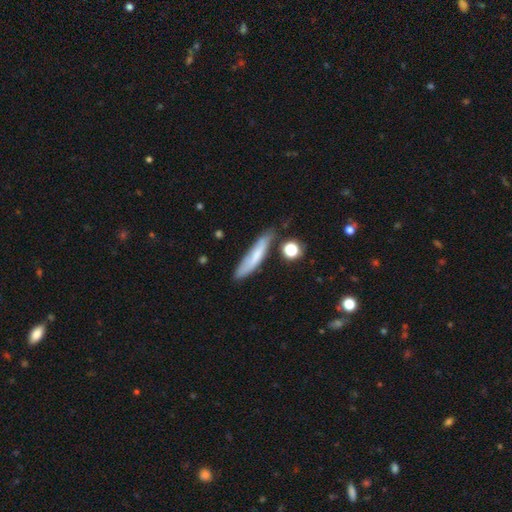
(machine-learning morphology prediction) Q: Smooth or featured?
A: smooth (64%); runner-up: featured or disk (28%)
Q: How rounded?
A: cigar-shaped (84%); runner-up: in between (14%)
Q: Merging?
A: none (65%); runner-up: minor disturbance (24%)